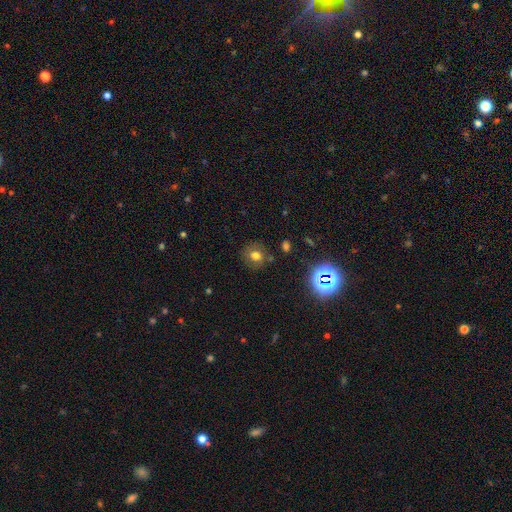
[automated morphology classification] Smooth or featured: smooth — 68% (star or artifact — 18%)
How rounded: round — 81% (in between — 18%)
Merging: none — 80% (minor disturbance — 13%)